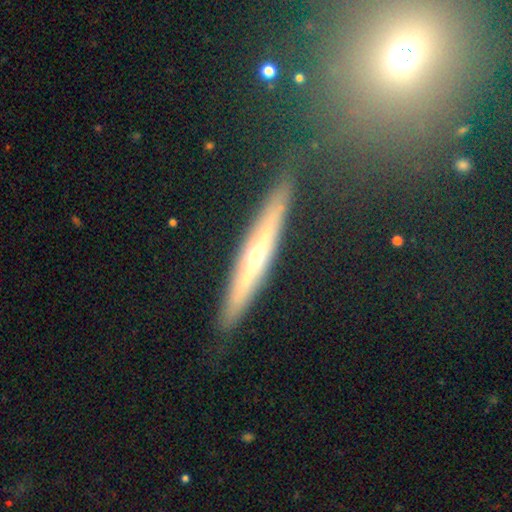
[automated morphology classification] This appears to be a featured or disk galaxy (66%) viewed edge-on (89%) with a rounded central bulge (75%). Merging: none (88%).